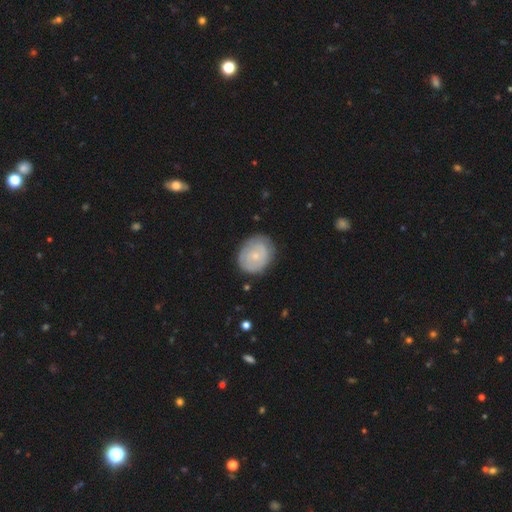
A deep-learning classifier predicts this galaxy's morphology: Q: Smooth or featured?
A: smooth (48%); runner-up: featured or disk (46%)
Q: Merging?
A: none (75%); runner-up: minor disturbance (18%)